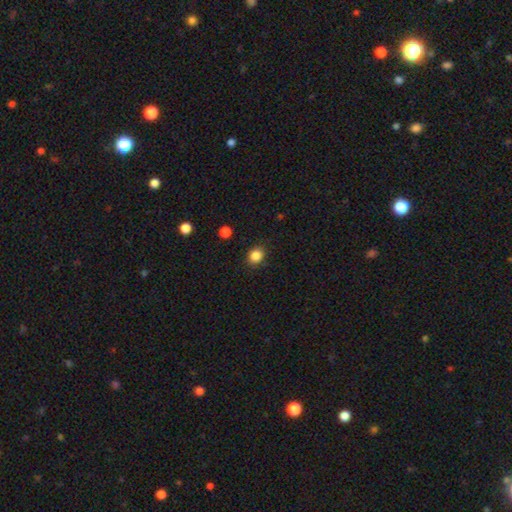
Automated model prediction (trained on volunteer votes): Overall: smooth (85%). How rounded: round (66%; in between 33%). Merging: none (87%).